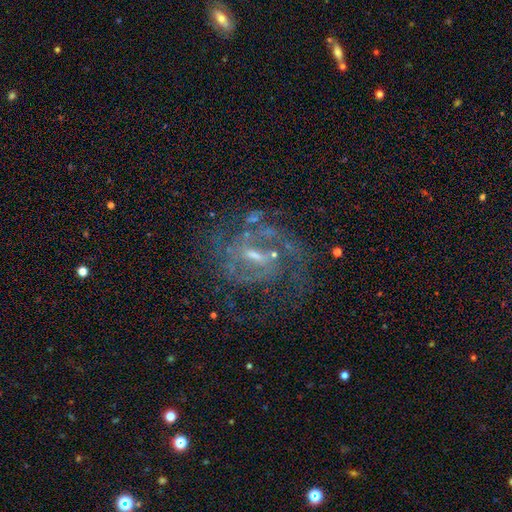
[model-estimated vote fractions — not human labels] Smooth or featured?
  - featured or disk: 82% *
  - star or artifact: 11%
  - smooth: 7%
Edge-on disk?
  - no: 97% *
  - yes: 3%
Bar?
  - weak: 54% *
  - strong: 24%
  - no: 22%
Spiral arms?
  - yes: 91% *
  - no: 9%
Spiral winding?
  - medium: 48% *
  - tight: 35%
  - loose: 17%
Spiral arm count?
  - 2: 47% *
  - can't tell: 24%
  - 3: 14%
  - 1: 7%
  - 4: 5%
  - more than 4: 4%
Bulge size?
  - small: 57% *
  - moderate: 27%
  - none: 13%
  - large: 2%
  - dominant: 1%
Merging?
  - none: 59% *
  - major disturbance: 20%
  - minor disturbance: 17%
  - merger: 4%